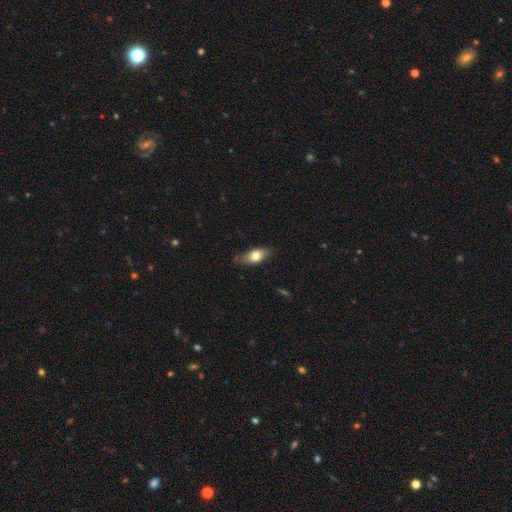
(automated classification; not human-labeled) A smooth galaxy with no disk features (72%) that is in between round and cigar-shaped (85%).

Vote fractions:
- Smooth or featured? smooth: 72% / featured or disk: 21% / star or artifact: 7%
- How rounded? in between: 85% / cigar-shaped: 10% / round: 5%
- Merging? none: 72% / minor disturbance: 22% / major disturbance: 4% / merger: 2%